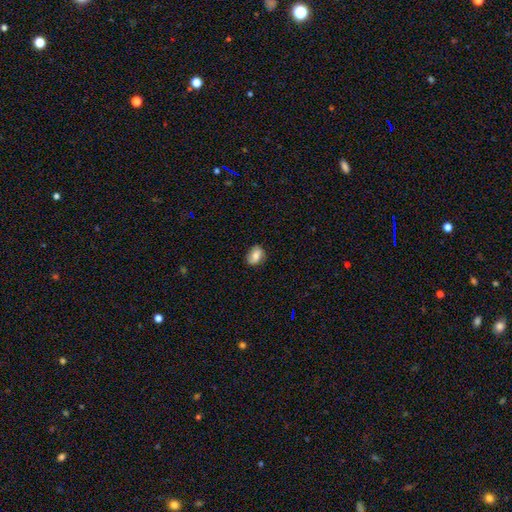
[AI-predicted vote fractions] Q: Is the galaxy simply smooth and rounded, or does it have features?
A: smooth — 73%.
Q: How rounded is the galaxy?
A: in between — 68%.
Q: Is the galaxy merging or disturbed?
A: none — 78%.